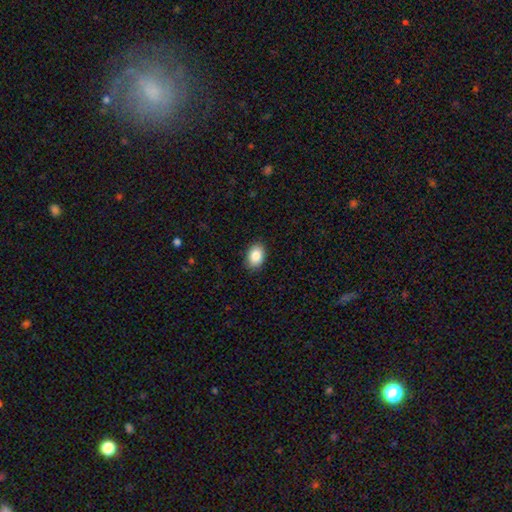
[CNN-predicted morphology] Smooth or featured? smooth (88%)
How rounded? in between (82%)
Merging? none (88%)